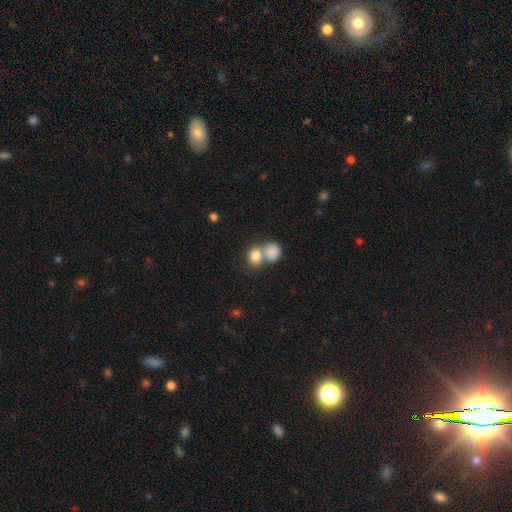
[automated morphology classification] smooth-or-featured: smooth: 83% | star or artifact: 9% | featured or disk: 8%
  how-rounded: round: 69% | in between: 30% | cigar-shaped: 1%
  merging: merger: 53% | none: 37% | minor disturbance: 7% | major disturbance: 3%